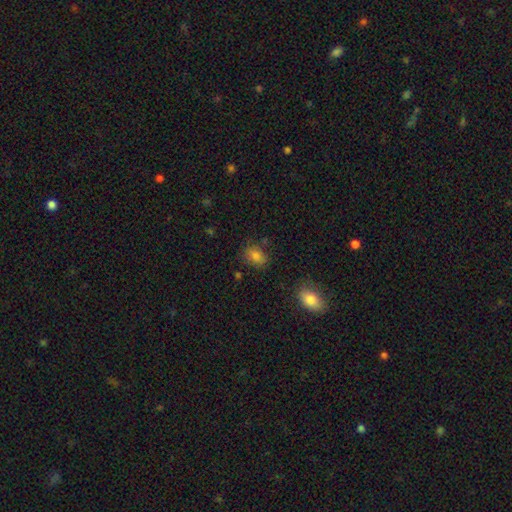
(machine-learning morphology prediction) Smooth or featured: smooth — 81% (star or artifact — 12%)
How rounded: in between — 69% (round — 29%)
Merging: none — 78% (minor disturbance — 15%)